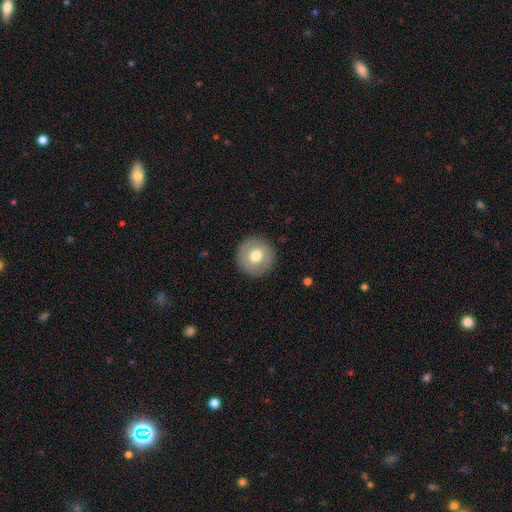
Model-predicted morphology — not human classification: smooth-or-featured: smooth: 69% | featured or disk: 24% | star or artifact: 7%
  how-rounded: round: 95% | in between: 4% | cigar-shaped: 1%
  merging: none: 91% | minor disturbance: 6% | major disturbance: 2% | merger: 1%